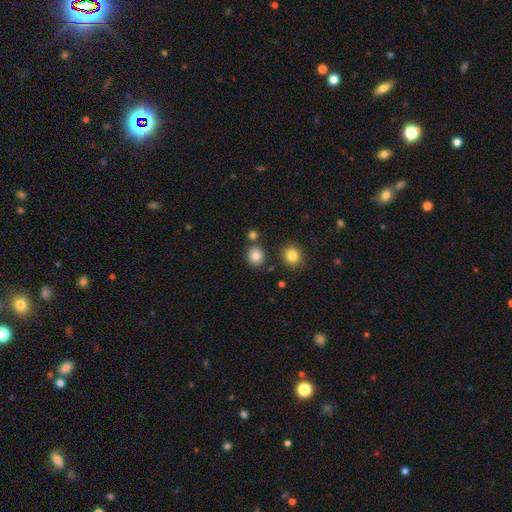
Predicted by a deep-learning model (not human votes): Q: Smooth or featured?
A: smooth (85%); runner-up: star or artifact (11%)
Q: How rounded?
A: round (81%); runner-up: in between (18%)
Q: Merging?
A: none (80%); runner-up: merger (9%)